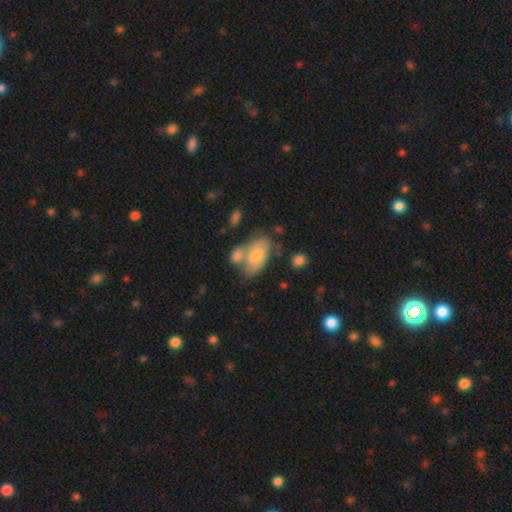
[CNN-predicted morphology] Q: Smooth or featured?
A: smooth (63%); runner-up: featured or disk (29%)
Q: How rounded?
A: in between (91%); runner-up: round (6%)
Q: Merging?
A: none (40%); runner-up: merger (33%)